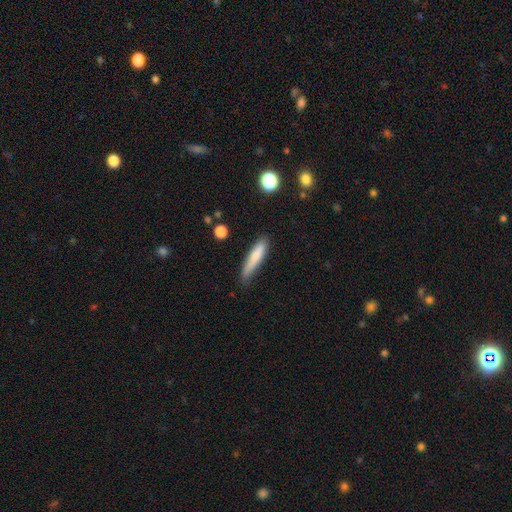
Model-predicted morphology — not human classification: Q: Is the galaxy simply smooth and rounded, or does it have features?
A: smooth — 77%.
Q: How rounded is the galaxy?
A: cigar-shaped — 84%.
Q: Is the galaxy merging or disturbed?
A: none — 70%.